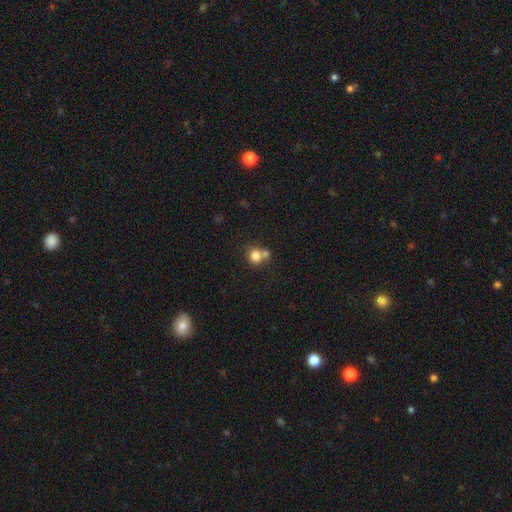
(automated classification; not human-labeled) This is clearly a smooth galaxy (80%). How rounded: clearly round (81%). Merging: possibly none (45%).